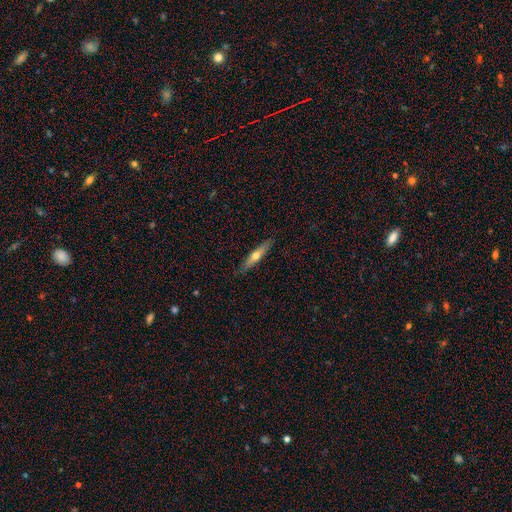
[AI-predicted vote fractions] A featured or disk galaxy (49%). Merging: none (88%).